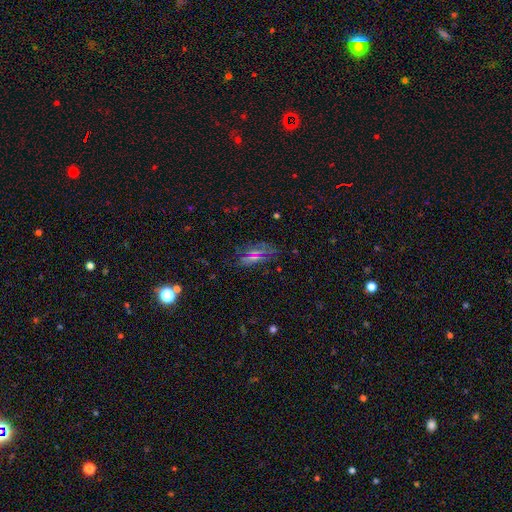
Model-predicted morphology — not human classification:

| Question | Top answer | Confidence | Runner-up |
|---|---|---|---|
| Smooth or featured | smooth | 45% | star or artifact (39%) |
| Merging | none | 73% | minor disturbance (17%) |